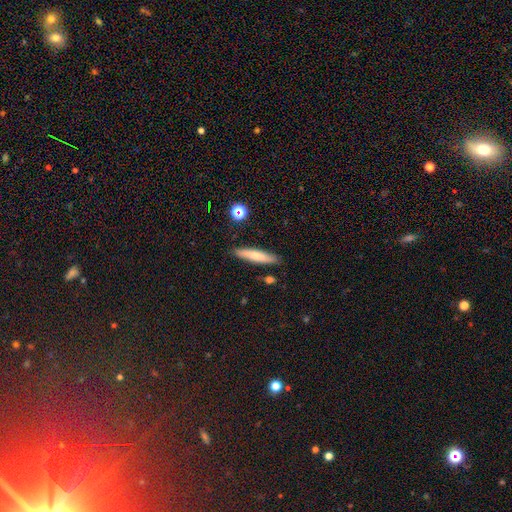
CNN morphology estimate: Smooth or featured? Predicted: smooth (p=0.68). How rounded? Predicted: cigar-shaped (p=0.86). Merging? Predicted: none (p=0.86).